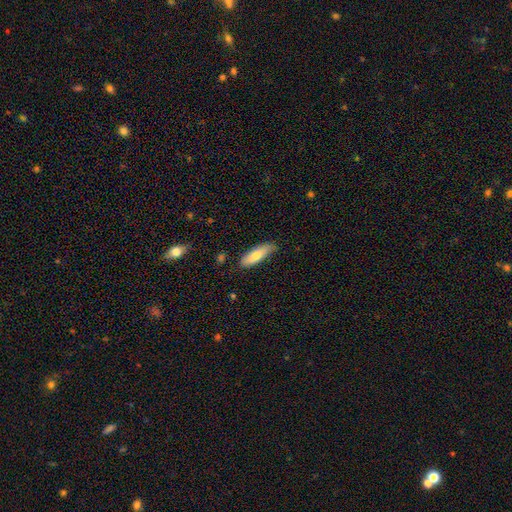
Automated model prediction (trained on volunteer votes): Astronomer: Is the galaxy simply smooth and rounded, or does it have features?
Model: smooth — 79%.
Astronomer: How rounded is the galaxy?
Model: in between — 54% (runner-up: cigar-shaped, 44%).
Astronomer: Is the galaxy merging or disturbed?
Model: none — 72%.